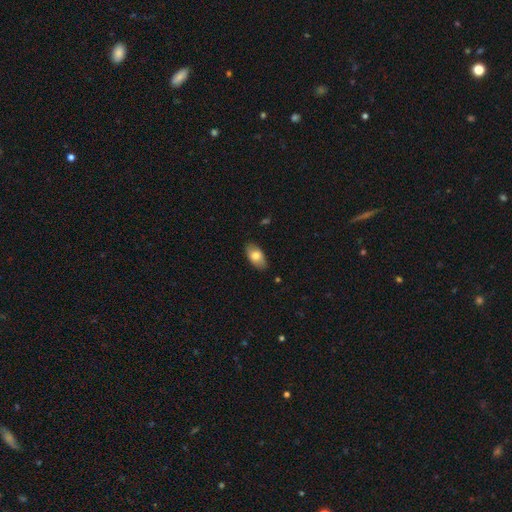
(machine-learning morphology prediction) Smooth or featured? smooth (75%)
How rounded? in between (93%)
Merging? none (84%)